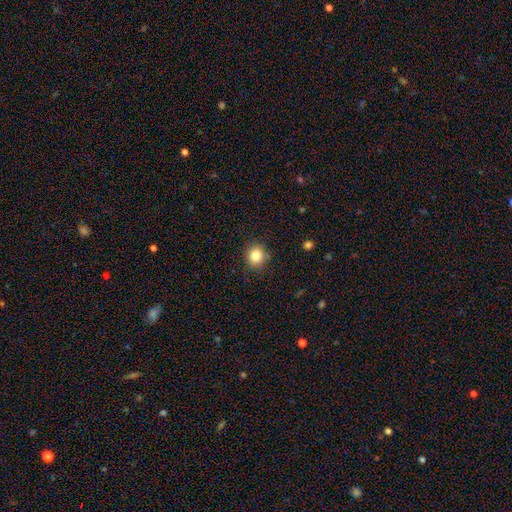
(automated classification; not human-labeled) Smooth or featured?
  - smooth: 84% *
  - star or artifact: 11%
  - featured or disk: 6%
How rounded?
  - round: 85% *
  - in between: 14%
  - cigar-shaped: 1%
Merging?
  - none: 88% *
  - minor disturbance: 8%
  - major disturbance: 2%
  - merger: 1%